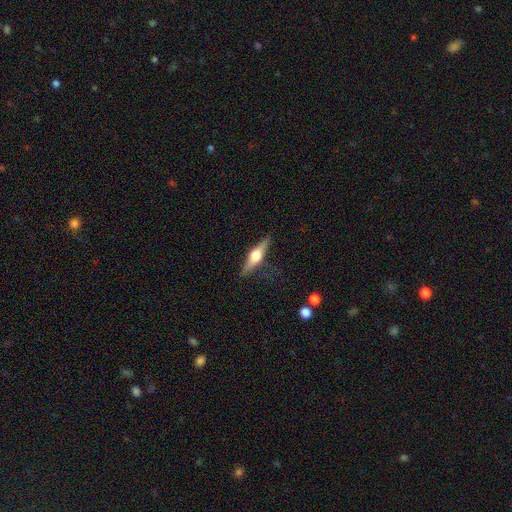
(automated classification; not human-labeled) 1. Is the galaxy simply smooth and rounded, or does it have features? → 64% featured or disk, 29% smooth, 6% star or artifact.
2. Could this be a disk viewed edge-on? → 96% yes, 4% no.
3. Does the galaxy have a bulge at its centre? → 94% rounded, 5% boxy, 2% none.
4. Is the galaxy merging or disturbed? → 84% none, 11% minor disturbance, 3% major disturbance, 1% merger.